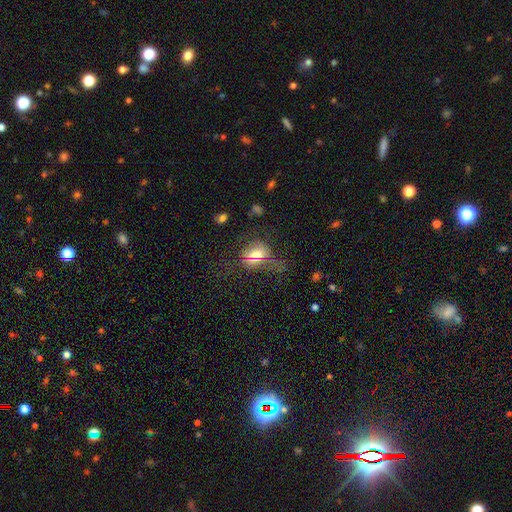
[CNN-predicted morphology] A smooth galaxy with no disk features (55%) that is in between round and cigar-shaped (50%).

Vote fractions:
- Smooth or featured? smooth: 55% / star or artifact: 27% / featured or disk: 18%
- How rounded? in between: 50% / round: 45% / cigar-shaped: 5%
- Merging? none: 62% / minor disturbance: 19% / major disturbance: 15% / merger: 4%